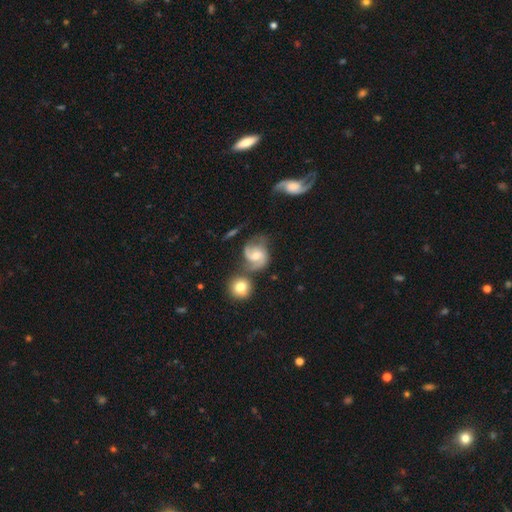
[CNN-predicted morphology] featured or disk 80%, smooth 13%, star or artifact 7%. Down the decision tree: edge-on disk — no (97%); bar — weak (45%); spiral arms — yes (96%); spiral arm count — 2 (88%); spiral winding — medium (53%); bulge size — moderate (60%); merging — none (55%).